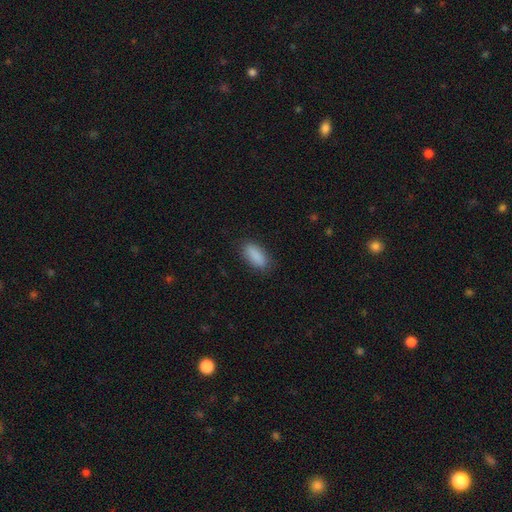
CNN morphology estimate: Overall: smooth (89%). How rounded: in between (81%). Merging: none (85%).